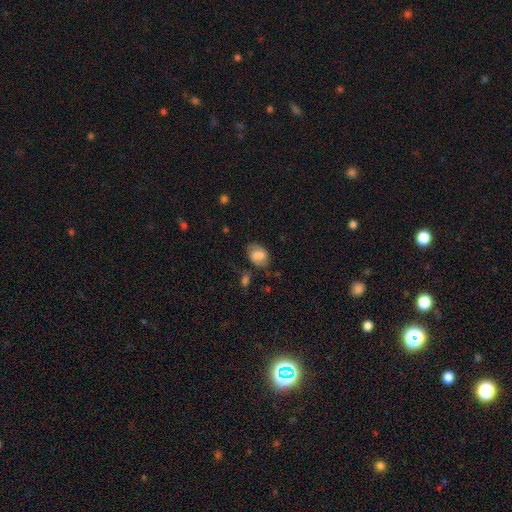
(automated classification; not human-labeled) Smooth or featured: smooth — 72% (featured or disk — 19%)
How rounded: in between — 73% (round — 26%)
Merging: none — 60% (minor disturbance — 26%)